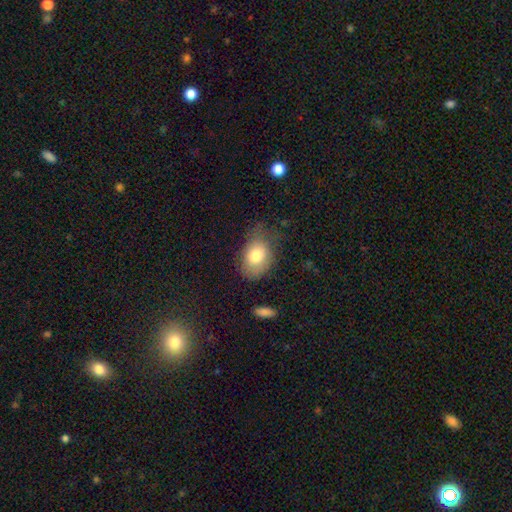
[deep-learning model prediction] smooth_or_featured: smooth (p=0.77) [alt: featured or disk p=0.14]
how_rounded: in between (p=0.76) [alt: round p=0.23]
merging: none (p=0.56) [alt: minor disturbance p=0.30]